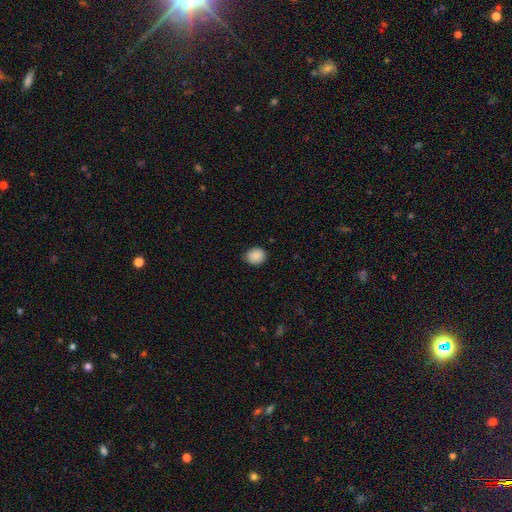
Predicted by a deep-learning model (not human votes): Morphology: type=smooth (89%); roundness=round (70%); merging=none (85%).